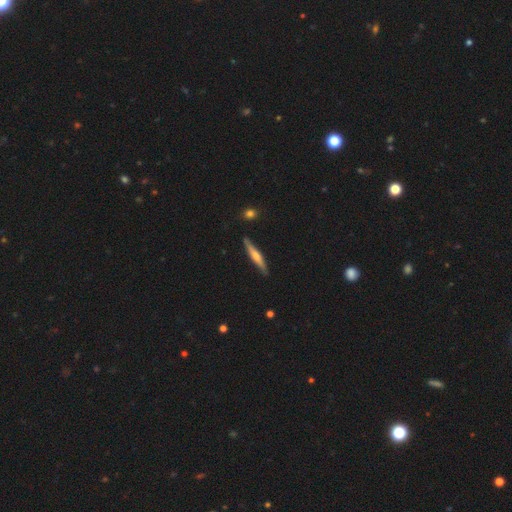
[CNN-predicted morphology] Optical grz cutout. It shows a featured or disk galaxy (53%) viewed edge-on (95%). Merging: none (87%).